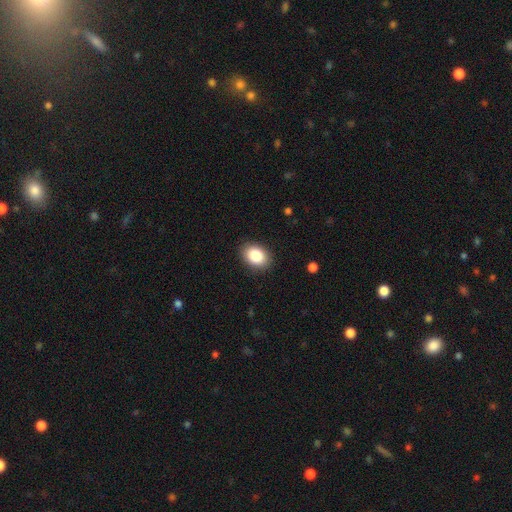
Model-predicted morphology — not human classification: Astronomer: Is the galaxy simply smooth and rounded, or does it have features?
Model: smooth — 86%.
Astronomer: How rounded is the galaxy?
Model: in between — 73%.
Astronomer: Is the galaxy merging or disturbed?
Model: none — 89%.